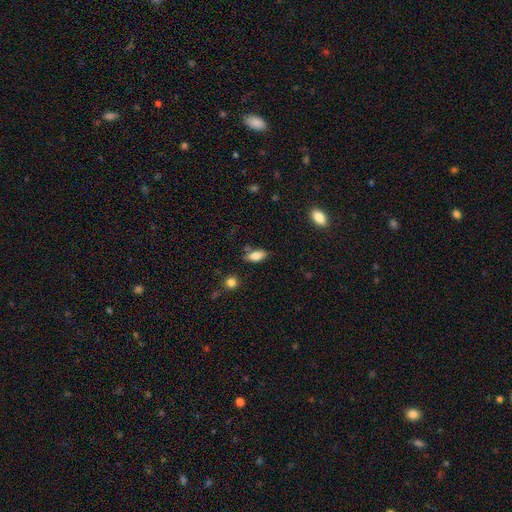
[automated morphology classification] The model was most divided on "merging": none: 73%, minor disturbance: 17%, merger: 6%, major disturbance: 4%. More confident: how rounded — in between (85%); smooth or featured — smooth (79%).